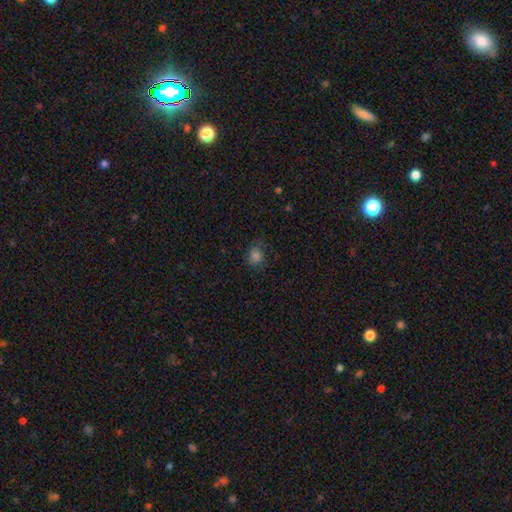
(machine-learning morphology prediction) Smooth or featured?
  - smooth: 78% *
  - star or artifact: 16%
  - featured or disk: 6%
How rounded?
  - round: 63% *
  - in between: 36%
  - cigar-shaped: 1%
Merging?
  - none: 69% *
  - minor disturbance: 22%
  - major disturbance: 8%
  - merger: 1%